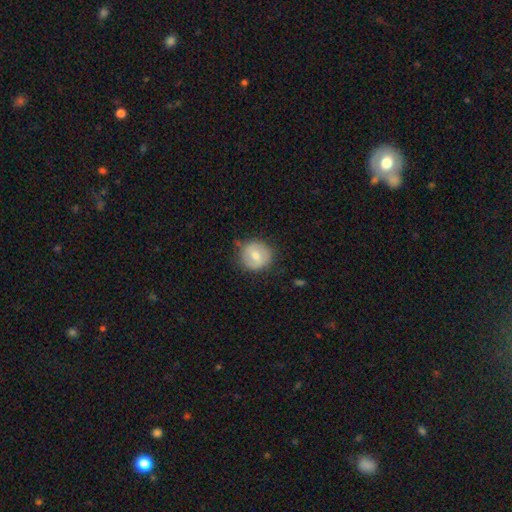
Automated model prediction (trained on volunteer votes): This appears to be a smooth galaxy with no disk features (66%) that is round (89%). Merging: none (75%).